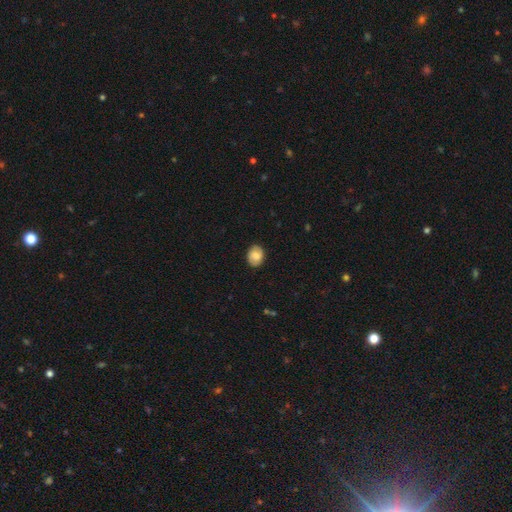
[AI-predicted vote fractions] Overall: smooth (78%). How rounded: in between (63%; round 36%). Merging: none (87%).